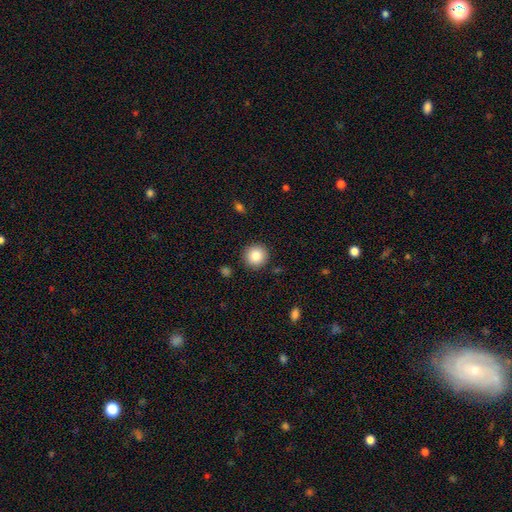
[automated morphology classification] Smooth or featured? Predicted: smooth (p=0.85). How rounded? Predicted: round (p=0.94). Merging? Predicted: none (p=0.91).